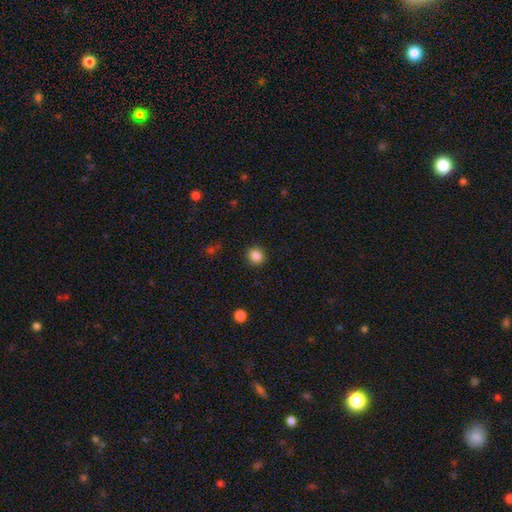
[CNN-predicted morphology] Smooth or featured?
  - smooth: 86% *
  - star or artifact: 10%
  - featured or disk: 4%
How rounded?
  - round: 86% *
  - in between: 13%
  - cigar-shaped: 1%
Merging?
  - none: 90% *
  - minor disturbance: 6%
  - major disturbance: 2%
  - merger: 1%